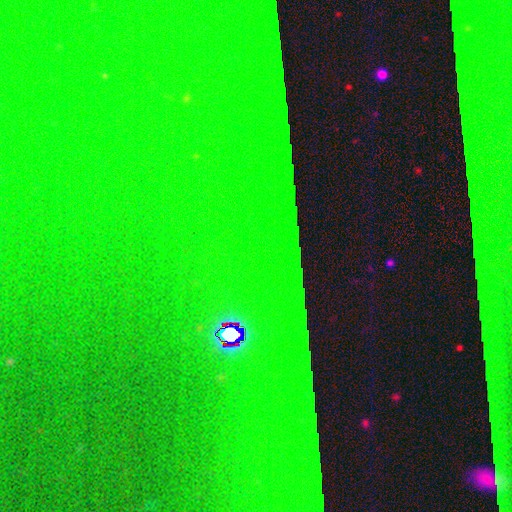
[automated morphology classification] The model was most divided on "smooth or featured": star or artifact: 86%, featured or disk: 7%, smooth: 6%.